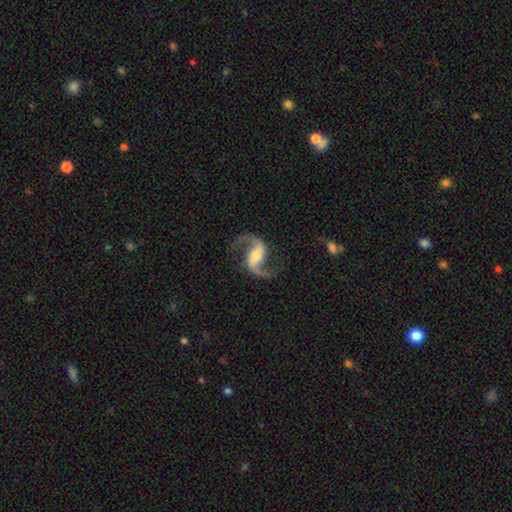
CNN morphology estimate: The model was most divided on "bar": weak: 41%, strong: 38%, no: 21%. Remaining: spiral arms — yes (98%); edge-on disk — no (98%); spiral arm count — 2 (95%); smooth or featured — featured or disk (93%); merging — none (83%); spiral winding — loose (62%); bulge size — moderate (45%).